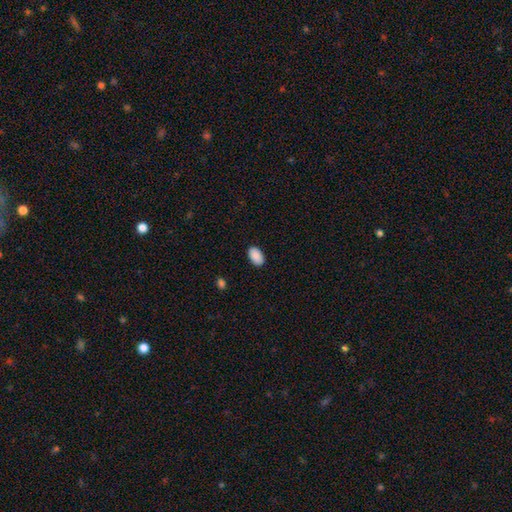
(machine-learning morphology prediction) Overall: smooth (90%). How rounded: in between (93%). Merging: none (89%).